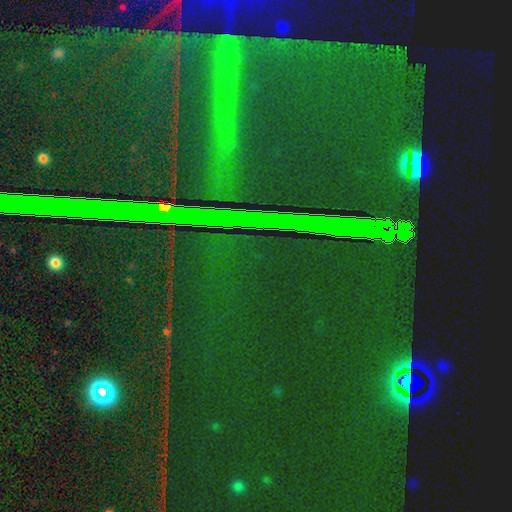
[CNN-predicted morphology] star or artifact 88%, featured or disk 7%, smooth 5%.